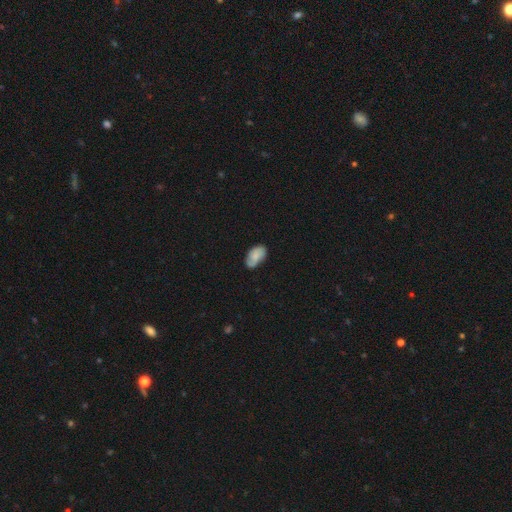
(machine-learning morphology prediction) Smooth or featured? smooth (69%)
How rounded? in between (94%)
Merging? none (70%)